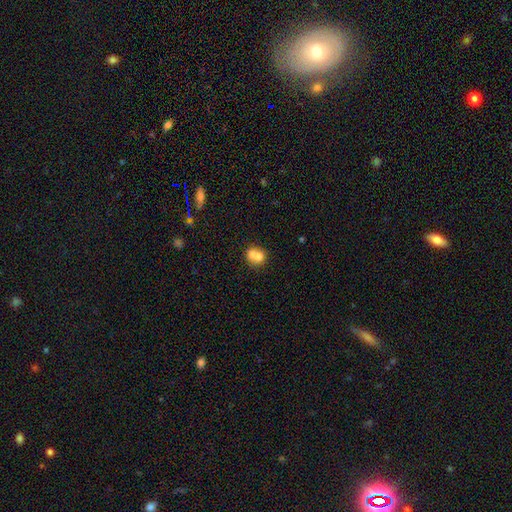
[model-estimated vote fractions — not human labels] Smooth or featured? smooth (68%)
How rounded? round (73%)
Merging? merger (65%)